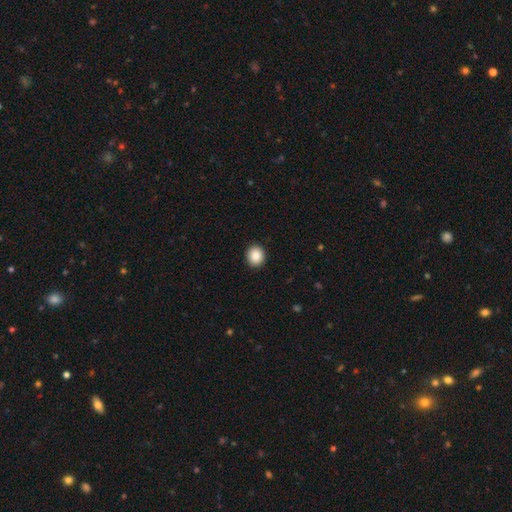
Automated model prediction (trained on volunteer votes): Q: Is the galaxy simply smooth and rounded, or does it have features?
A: smooth — 88%.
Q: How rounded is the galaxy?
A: round — 82%.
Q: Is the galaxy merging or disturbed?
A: none — 92%.